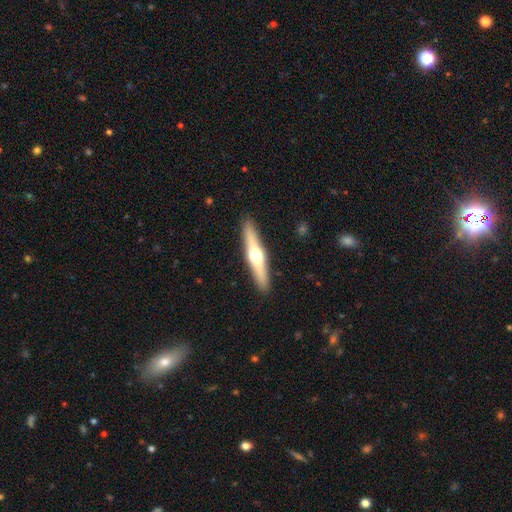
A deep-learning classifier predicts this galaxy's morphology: Smooth or featured: featured or disk — 60% (smooth — 35%)
Edge-on disk: yes — 95% (no — 5%)
Edge-on bulge: rounded — 95% (none — 3%)
Merging: none — 91% (minor disturbance — 6%)